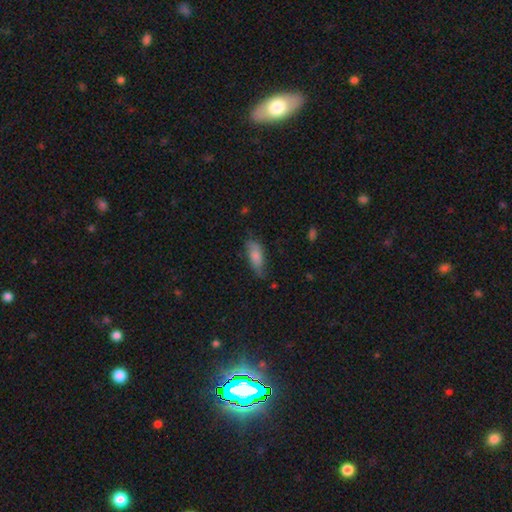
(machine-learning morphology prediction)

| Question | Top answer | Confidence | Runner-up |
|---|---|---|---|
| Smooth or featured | smooth | 75% | featured or disk (18%) |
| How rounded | in between | 80% | cigar-shaped (17%) |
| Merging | none | 57% | minor disturbance (31%) |